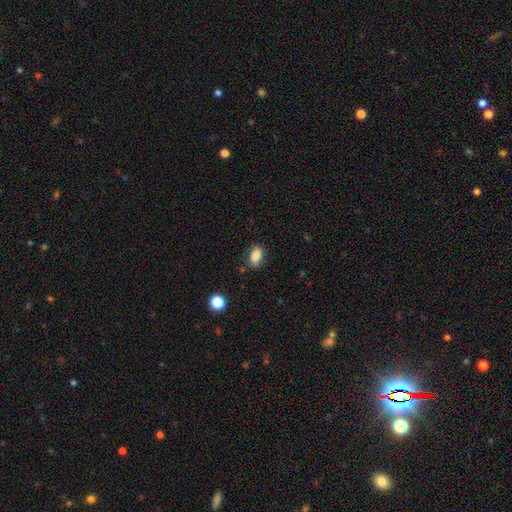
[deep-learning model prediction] This appears to be a smooth galaxy with no disk features (81%) that is in between round and cigar-shaped (88%). Merging: none (77%).